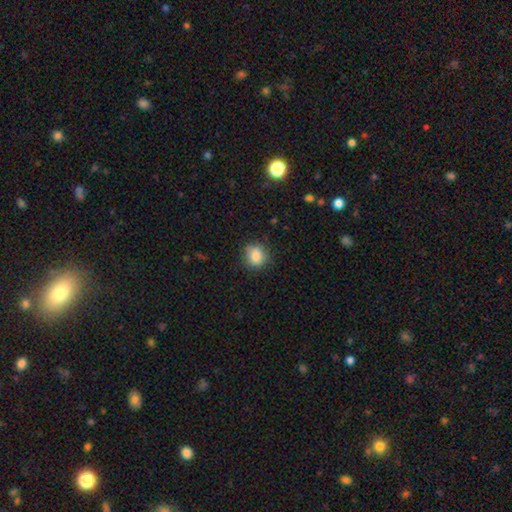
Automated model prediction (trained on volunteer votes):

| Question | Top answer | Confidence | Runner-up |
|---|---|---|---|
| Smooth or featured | smooth | 84% | star or artifact (10%) |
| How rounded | round | 79% | in between (20%) |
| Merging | none | 81% | minor disturbance (15%) |